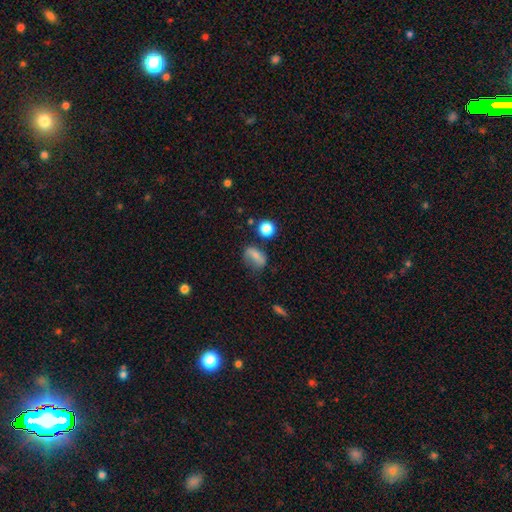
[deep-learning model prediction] Smooth or featured? Predicted: smooth (p=0.63). How rounded? Predicted: in between (p=0.70). Merging? Predicted: none (p=0.50).